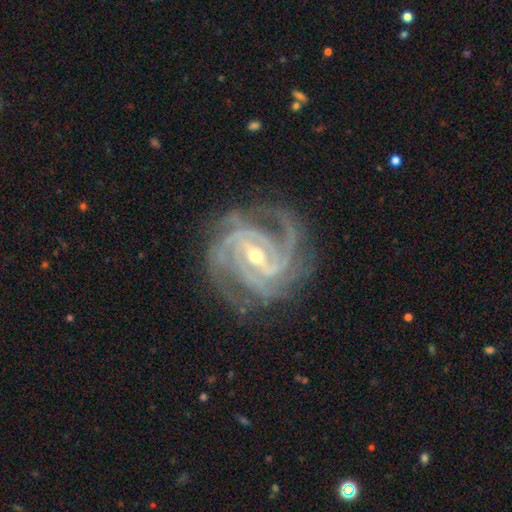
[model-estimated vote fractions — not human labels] Overall: featured or disk (94%). Edge-on disk: no (98%). Bar: strong (43%; weak 41%). Spiral arms: yes (99%). Spiral arm count: 3 (36%; 4 28%). Spiral winding: tight (62%; medium 34%). Bulge size: small (52%; moderate 45%). Merging: none (78%).